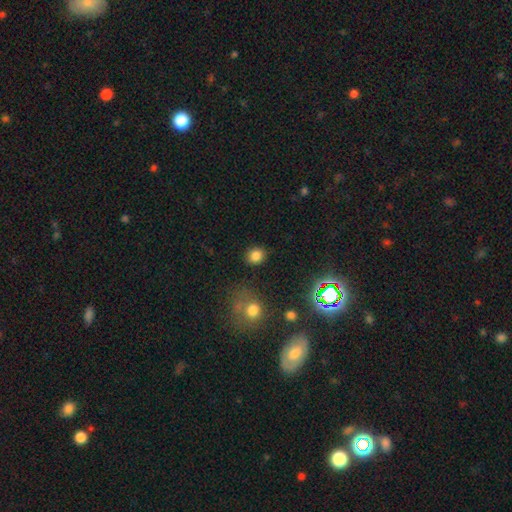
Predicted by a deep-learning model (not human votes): This is clearly a smooth galaxy (80%). How rounded: likely round (74%). Merging: clearly none (85%).